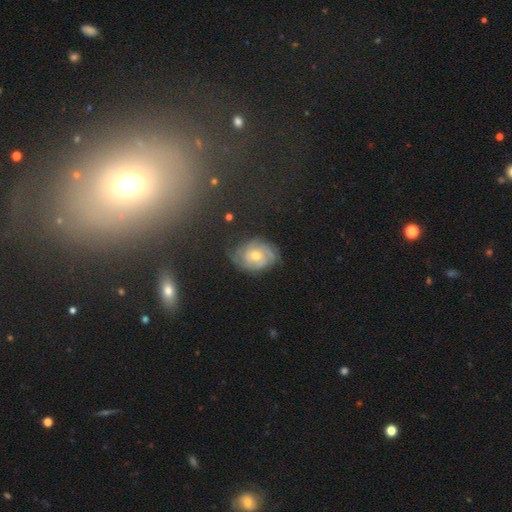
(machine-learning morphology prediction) A featured or disk galaxy (73%) with no bar (70%), tight (66%) spiral arms (92%) and a moderate central bulge (70%). Merging: none (71%).